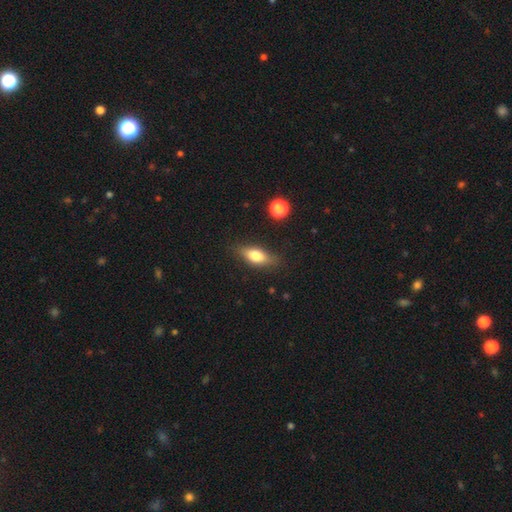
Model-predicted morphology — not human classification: The model was most divided on "smooth or featured": smooth: 71%, featured or disk: 22%, star or artifact: 8%. More confident: merging — none (81%); how rounded — in between (72%).